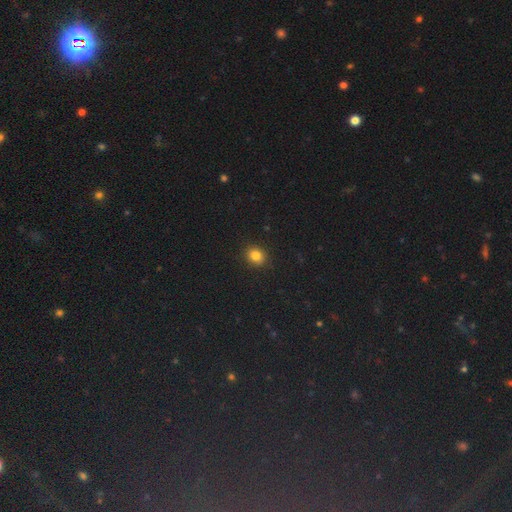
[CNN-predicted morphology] This is clearly a smooth galaxy (83%). How rounded: likely round (68%). Merging: clearly none (89%).